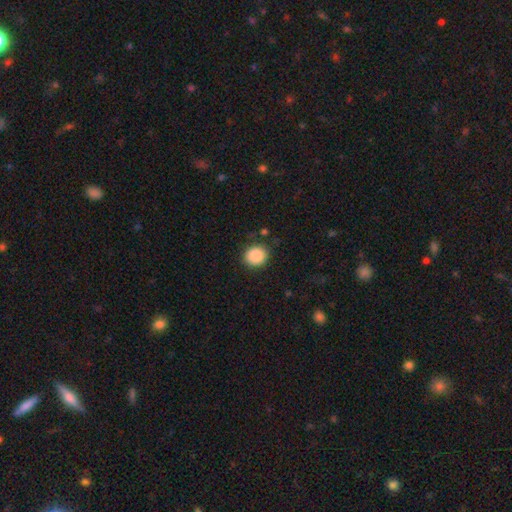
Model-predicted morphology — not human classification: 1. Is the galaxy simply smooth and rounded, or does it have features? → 88% smooth, 8% star or artifact, 4% featured or disk.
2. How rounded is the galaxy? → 79% round, 20% in between, 1% cigar-shaped.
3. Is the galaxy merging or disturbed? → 86% none, 9% minor disturbance, 3% major disturbance, 2% merger.